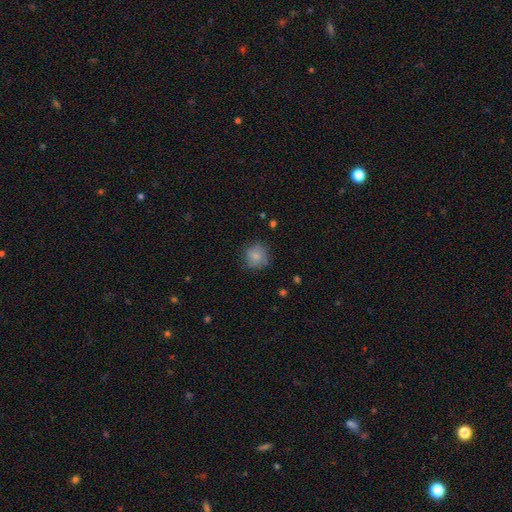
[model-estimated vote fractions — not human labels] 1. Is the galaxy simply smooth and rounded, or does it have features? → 80% smooth, 11% featured or disk, 9% star or artifact.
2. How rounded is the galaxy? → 87% round, 12% in between, 1% cigar-shaped.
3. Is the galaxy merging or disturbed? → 73% none, 20% minor disturbance, 6% major disturbance, 1% merger.